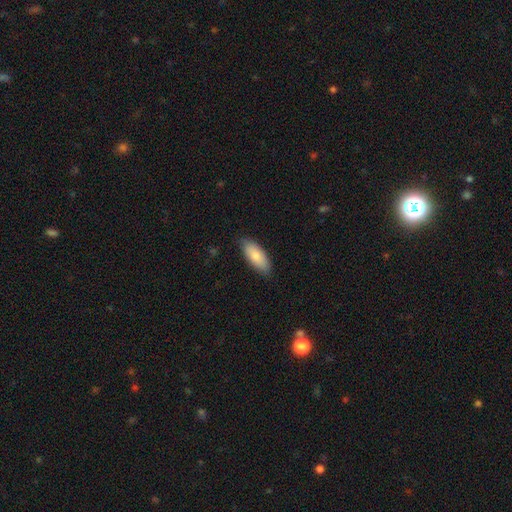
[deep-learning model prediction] A smooth galaxy with no disk features (82%) that is in between round and cigar-shaped (83%).

Vote fractions:
- Smooth or featured? smooth: 82% / featured or disk: 13% / star or artifact: 6%
- How rounded? in between: 83% / cigar-shaped: 15% / round: 2%
- Merging? none: 82% / minor disturbance: 15% / major disturbance: 2% / merger: 1%